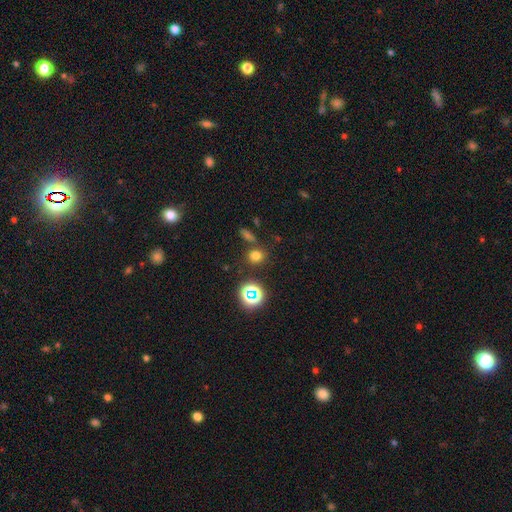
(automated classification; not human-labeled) Morphology: type=smooth (70%); roundness=round (72%); merging=none (79%).